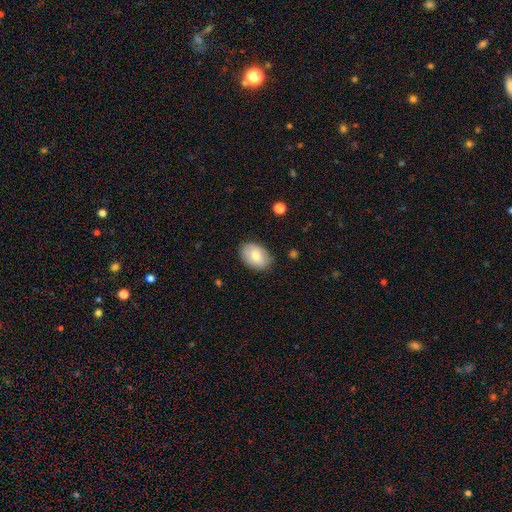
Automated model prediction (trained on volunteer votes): This is likely a smooth galaxy (74%). How rounded: clearly in between (81%). Merging: clearly none (83%).